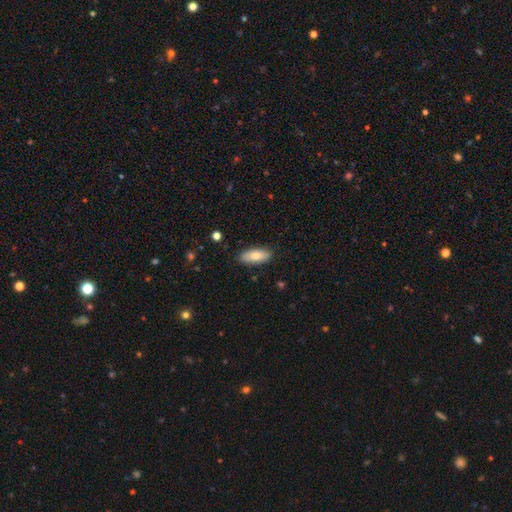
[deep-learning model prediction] Morphology: type=smooth (78%); roundness=in between (81%); merging=none (86%).